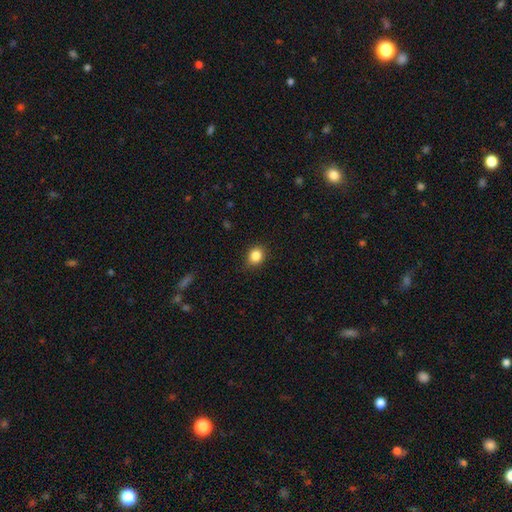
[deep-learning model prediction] smooth 85%, star or artifact 10%, featured or disk 5%. Down the decision tree: how rounded — round (65%); merging — none (84%).